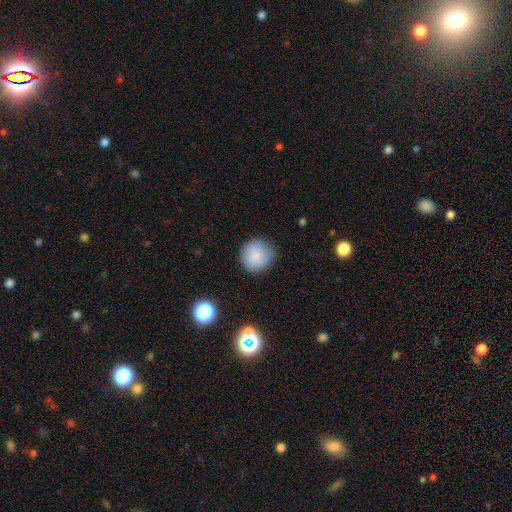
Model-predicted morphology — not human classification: Smooth or featured? Predicted: smooth (p=0.85). How rounded? Predicted: round (p=0.92). Merging? Predicted: none (p=0.82).